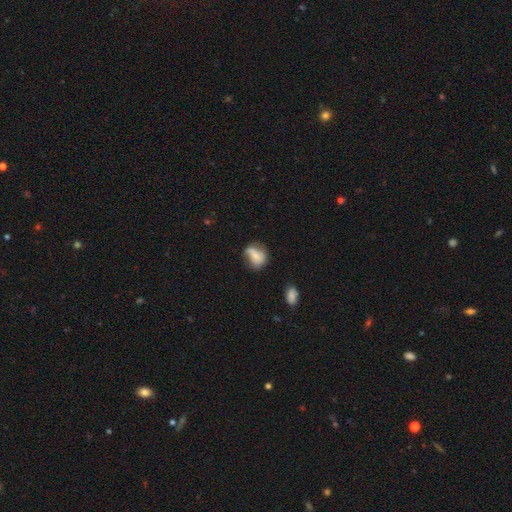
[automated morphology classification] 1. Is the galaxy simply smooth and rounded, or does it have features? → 57% smooth, 34% featured or disk, 9% star or artifact.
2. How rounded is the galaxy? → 56% in between, 42% round, 2% cigar-shaped.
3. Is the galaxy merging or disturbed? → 47% none, 33% minor disturbance, 16% major disturbance, 4% merger.